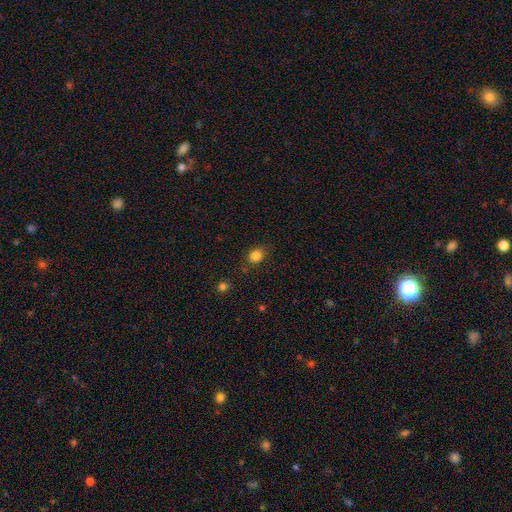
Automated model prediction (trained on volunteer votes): Morphology: type=smooth (84%); roundness=round (66%); merging=none (81%).